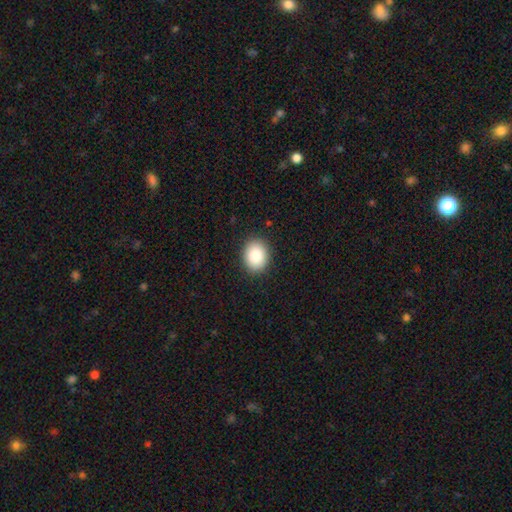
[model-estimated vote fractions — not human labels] Q: Smooth or featured?
A: smooth (88%); runner-up: star or artifact (8%)
Q: How rounded?
A: round (54%); runner-up: in between (45%)
Q: Merging?
A: none (90%); runner-up: minor disturbance (7%)